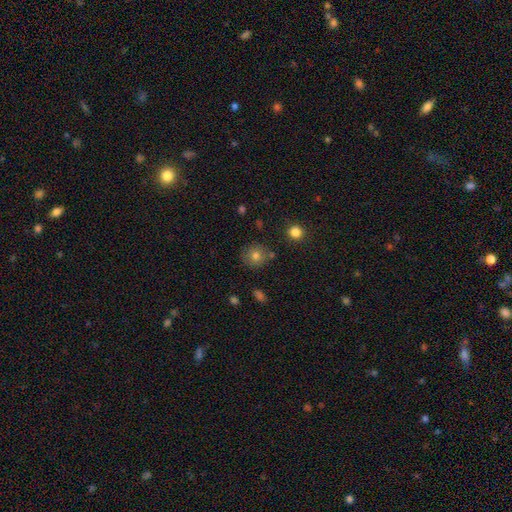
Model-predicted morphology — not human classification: Smooth or featured? smooth (78%)
How rounded? round (88%)
Merging? none (79%)